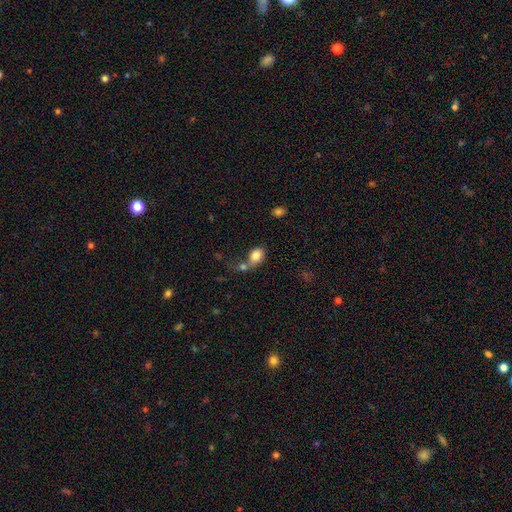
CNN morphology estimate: Smooth or featured? smooth (82%)
How rounded? in between (62%)
Merging? merger (45%)